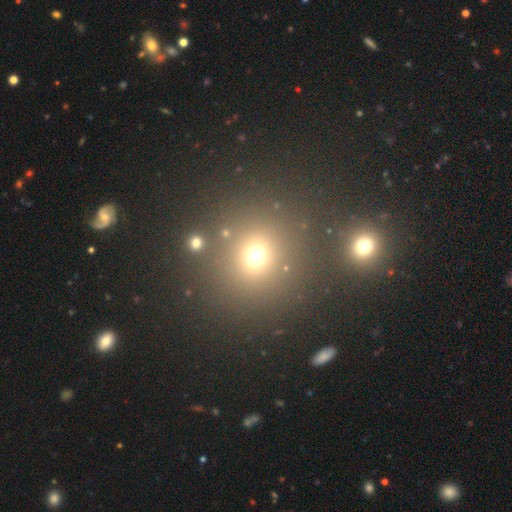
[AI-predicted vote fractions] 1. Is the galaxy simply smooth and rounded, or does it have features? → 66% smooth, 25% star or artifact, 9% featured or disk.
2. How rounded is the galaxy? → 87% round, 12% in between, 1% cigar-shaped.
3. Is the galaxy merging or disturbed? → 76% none, 10% merger, 9% minor disturbance, 6% major disturbance.